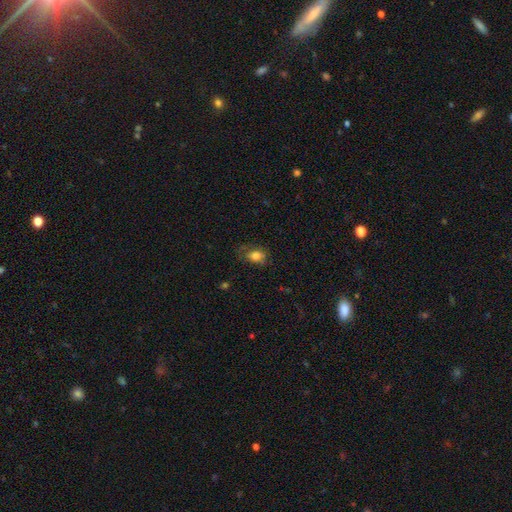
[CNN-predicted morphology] This appears to be a smooth galaxy with no disk features (78%) that is in between round and cigar-shaped (66%). Merging: none (60%).